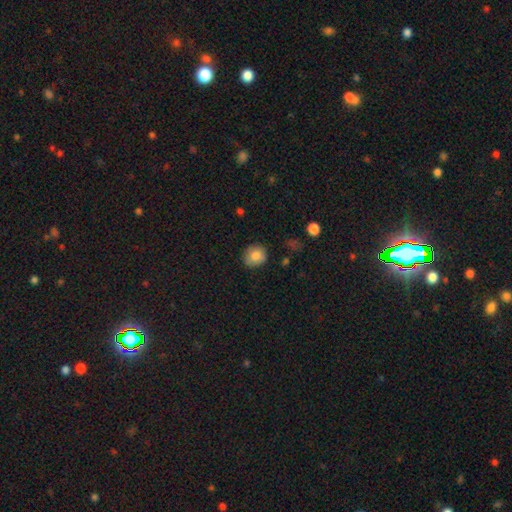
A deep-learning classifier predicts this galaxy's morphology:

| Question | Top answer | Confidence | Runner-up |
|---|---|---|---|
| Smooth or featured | smooth | 82% | featured or disk (9%) |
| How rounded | round | 82% | in between (17%) |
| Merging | none | 80% | minor disturbance (16%) |